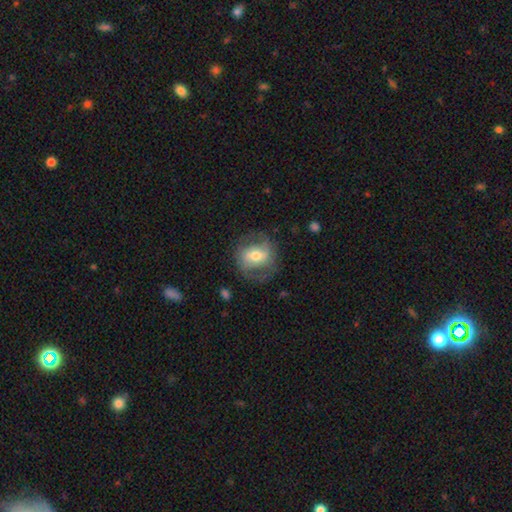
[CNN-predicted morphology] Smooth or featured? featured or disk (59%)
Edge-on disk? no (94%)
Bar? weak (40%)
Spiral arms? yes (67%)
Bulge size? moderate (68%)
Merging? none (69%)